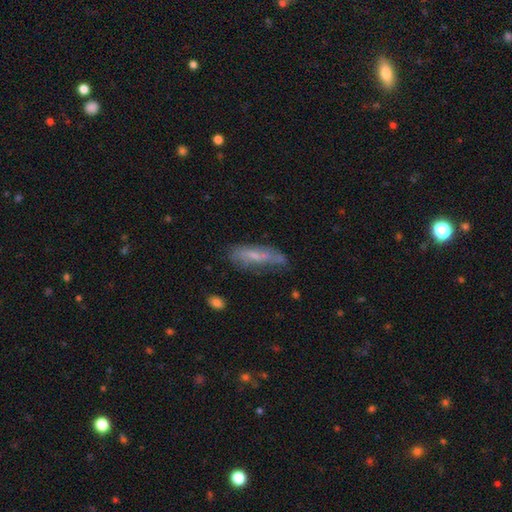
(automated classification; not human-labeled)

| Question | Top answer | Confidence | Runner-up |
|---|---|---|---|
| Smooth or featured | smooth | 49% | featured or disk (42%) |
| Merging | none | 60% | minor disturbance (27%) |